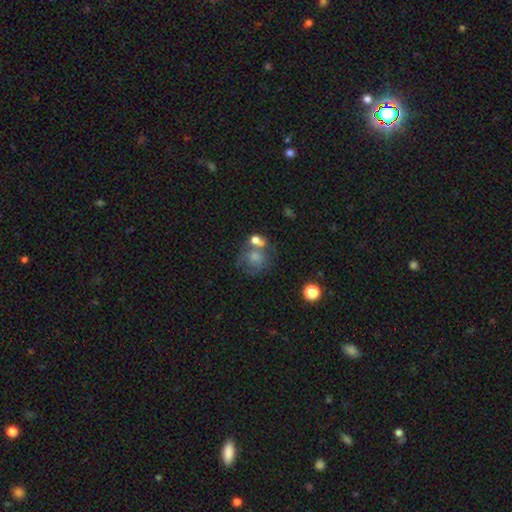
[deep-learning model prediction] A smooth galaxy with no disk features (60%) that is round (73%).

Vote fractions:
- Smooth or featured? smooth: 60% / featured or disk: 27% / star or artifact: 14%
- How rounded? round: 73% / in between: 26% / cigar-shaped: 1%
- Merging? none: 37% / merger: 34% / minor disturbance: 16% / major disturbance: 13%